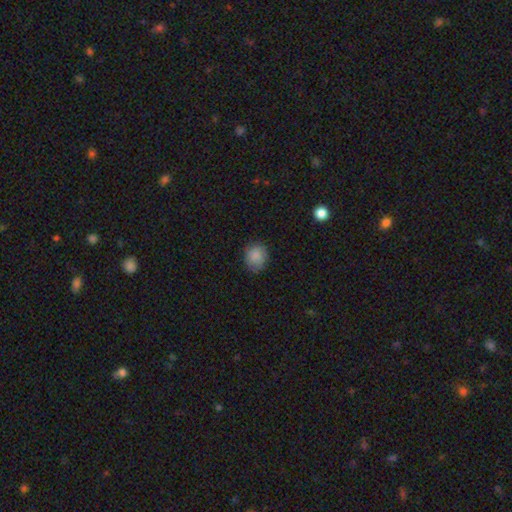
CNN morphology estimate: Smooth or featured?
  - smooth: 86% *
  - star or artifact: 8%
  - featured or disk: 6%
How rounded?
  - round: 74% *
  - in between: 25%
  - cigar-shaped: 1%
Merging?
  - none: 81% *
  - minor disturbance: 14%
  - major disturbance: 3%
  - merger: 1%